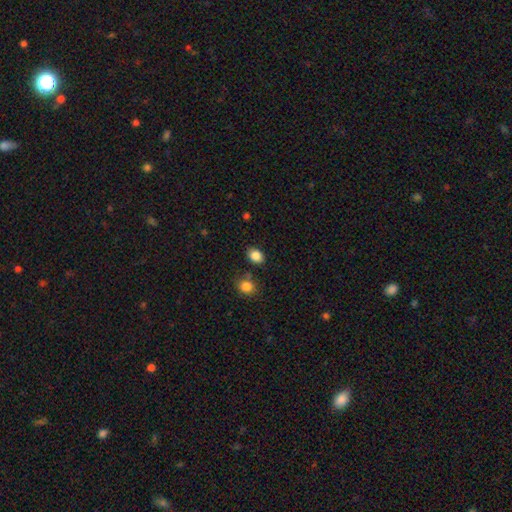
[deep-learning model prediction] Overall: smooth (86%). How rounded: in between (64%; round 35%). Merging: none (81%).